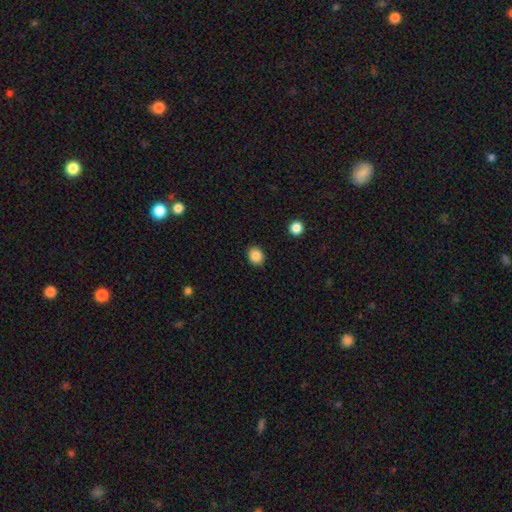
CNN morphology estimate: Overall: smooth (87%). How rounded: round (50%; in between 49%). Merging: none (90%).